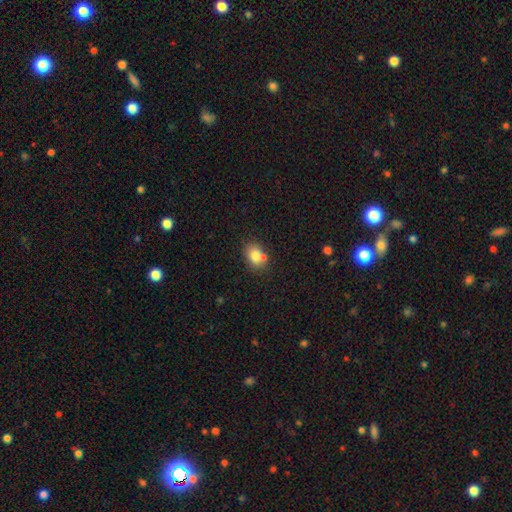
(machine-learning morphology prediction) This is likely a smooth galaxy (79%). How rounded: likely in between (61%). Merging: possibly none (59%).